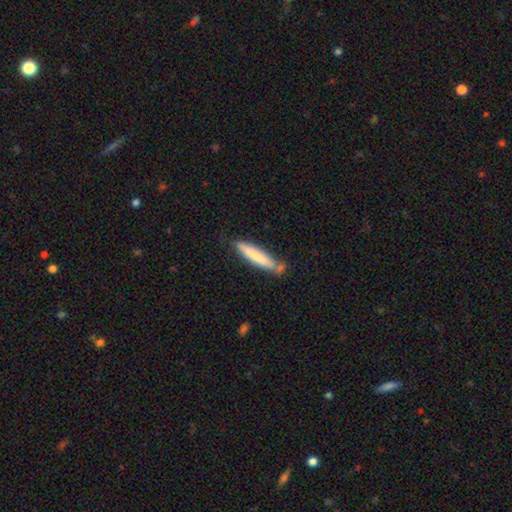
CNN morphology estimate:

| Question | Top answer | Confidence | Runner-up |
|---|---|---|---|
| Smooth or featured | smooth | 74% | featured or disk (20%) |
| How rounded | cigar-shaped | 92% | in between (7%) |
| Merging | none | 68% | minor disturbance (18%) |